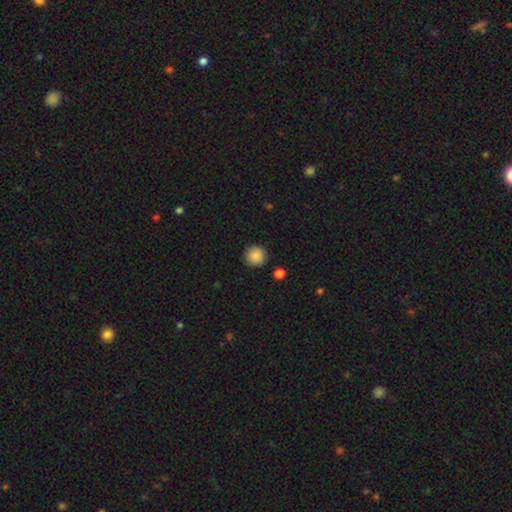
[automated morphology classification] The model was most divided on "smooth or featured": smooth: 88%, star or artifact: 8%, featured or disk: 4%. More confident: how rounded — round (94%); merging — none (89%).